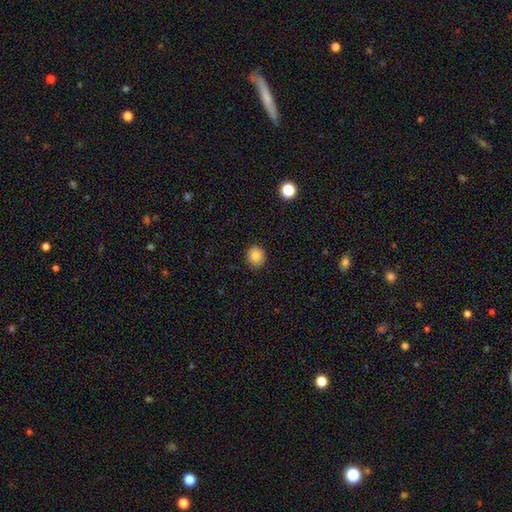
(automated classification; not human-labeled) smooth 85%, star or artifact 10%, featured or disk 5%. Down the decision tree: how rounded — round (86%); merging — none (86%).